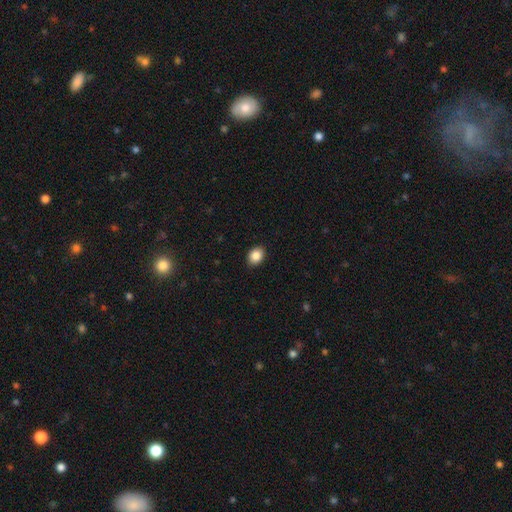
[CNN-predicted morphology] Smooth or featured?
  - smooth: 87% *
  - star or artifact: 8%
  - featured or disk: 4%
How rounded?
  - in between: 61% *
  - round: 38%
  - cigar-shaped: 1%
Merging?
  - none: 89% *
  - minor disturbance: 8%
  - major disturbance: 2%
  - merger: 1%